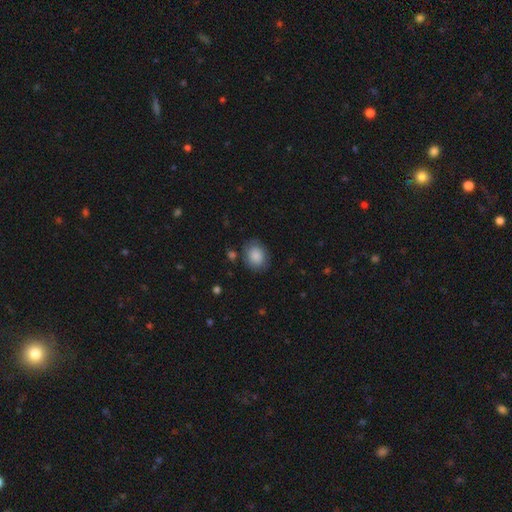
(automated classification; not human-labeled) Overall: smooth (87%). How rounded: round (55%; in between 44%). Merging: none (79%).